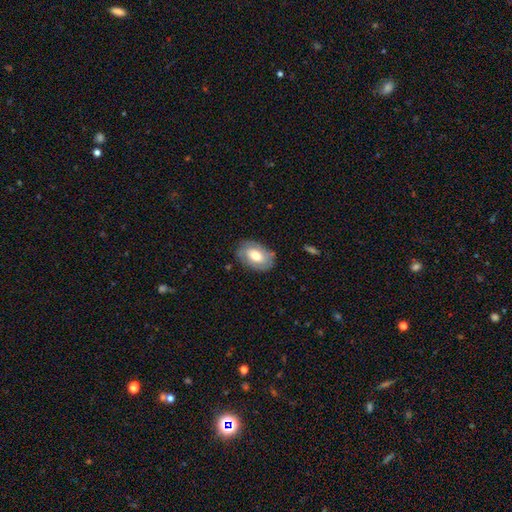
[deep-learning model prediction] Smooth or featured: smooth — 54% (featured or disk — 40%)
How rounded: in between — 87% (round — 12%)
Merging: none — 78% (minor disturbance — 16%)